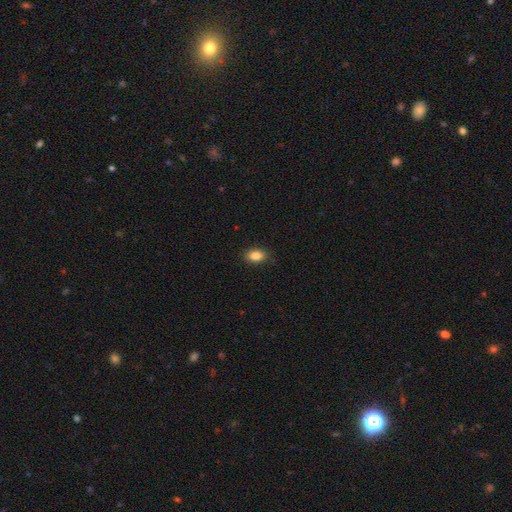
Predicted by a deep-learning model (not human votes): Overall: smooth (86%). How rounded: in between (85%). Merging: none (86%).